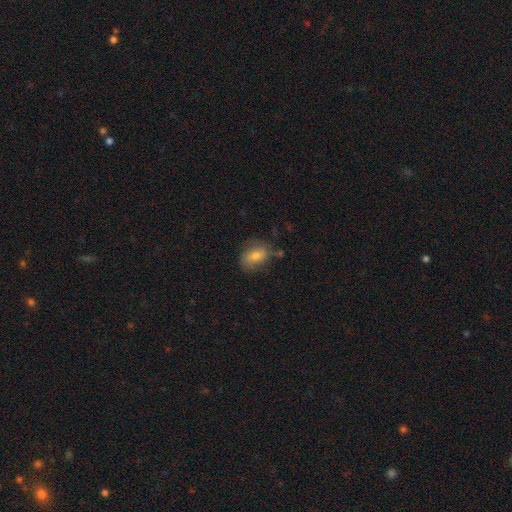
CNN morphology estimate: Smooth or featured: smooth — 71% (featured or disk — 21%)
How rounded: in between — 75% (round — 23%)
Merging: none — 65% (minor disturbance — 24%)